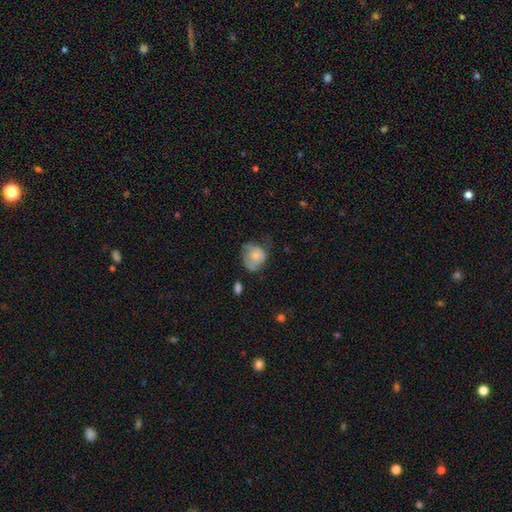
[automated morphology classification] Smooth or featured? smooth (61%)
How rounded? round (60%)
Merging? minor disturbance (37%)